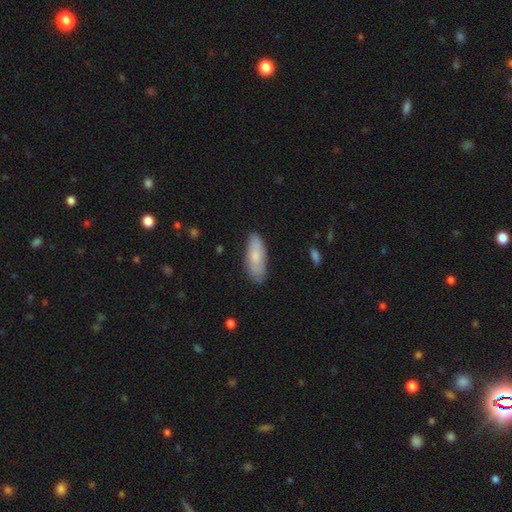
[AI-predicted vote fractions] This appears to be a smooth galaxy with no disk features (77%) that is in between round and cigar-shaped (73%). Merging: none (81%).